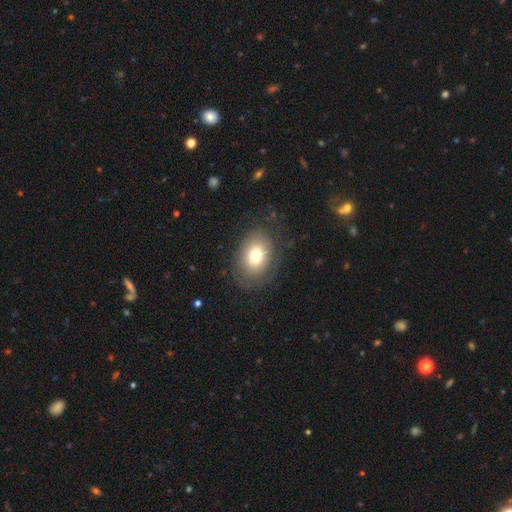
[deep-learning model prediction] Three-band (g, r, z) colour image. It shows a smooth galaxy with no disk features (72%) that is in between round and cigar-shaped (72%). Merging: none (77%).